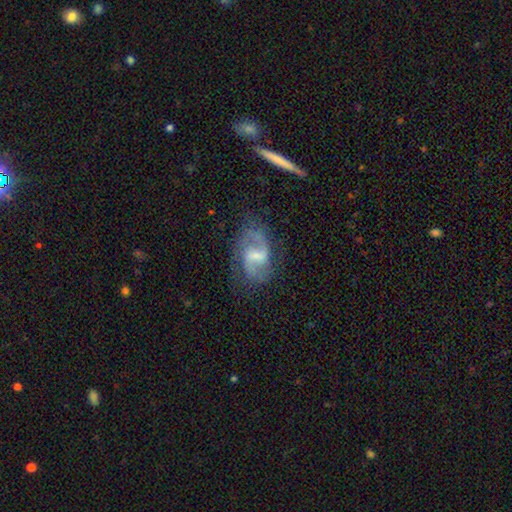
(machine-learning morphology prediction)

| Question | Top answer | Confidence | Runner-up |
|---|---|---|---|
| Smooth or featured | featured or disk | 81% | smooth (13%) |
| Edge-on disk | no | 96% | yes (4%) |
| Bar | weak | 58% | strong (24%) |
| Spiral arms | yes | 93% | no (7%) |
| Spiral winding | medium | 47% | loose (41%) |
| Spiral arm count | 2 | 87% | can't tell (6%) |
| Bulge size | small | 35% | moderate (34%) |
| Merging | none | 69% | minor disturbance (19%) |